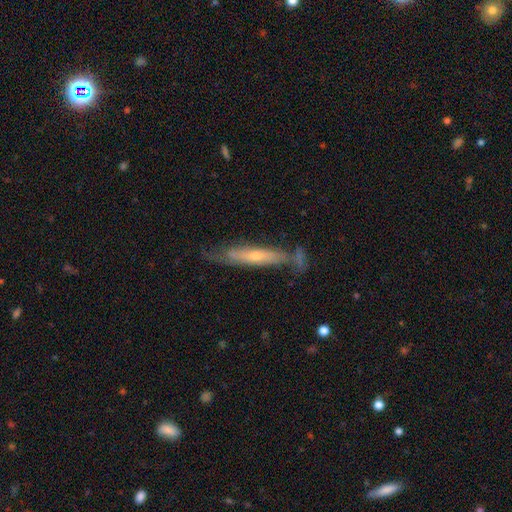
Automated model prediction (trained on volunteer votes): This is possibly a featured or disk galaxy (59%). It is likely viewed edge-on (69%). Merging: possibly none (60%).